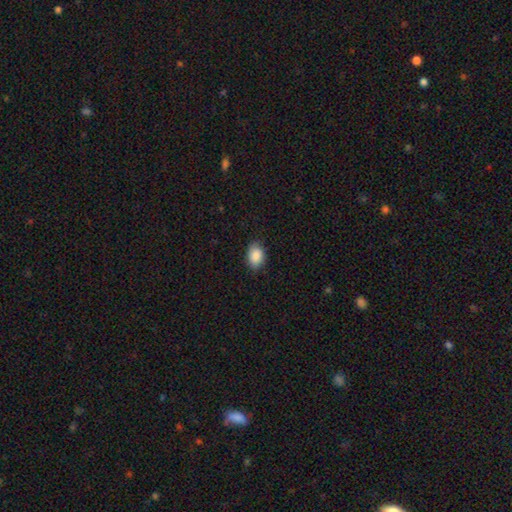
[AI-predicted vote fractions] A smooth galaxy with no disk features (88%) that is in between round and cigar-shaped (82%). Merging: none (81%).